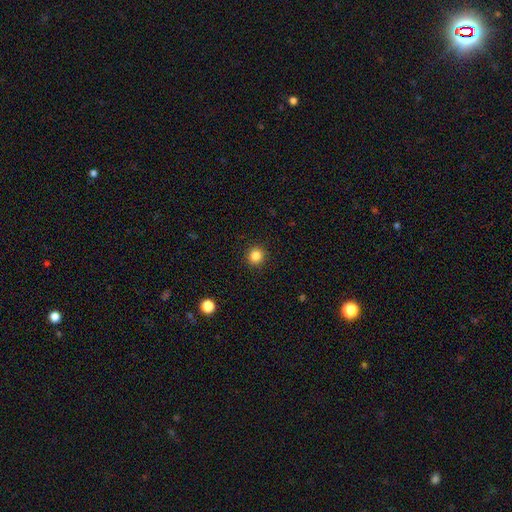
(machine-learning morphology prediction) Smooth or featured?
  - smooth: 84% *
  - star or artifact: 11%
  - featured or disk: 4%
How rounded?
  - round: 93% *
  - in between: 6%
  - cigar-shaped: 1%
Merging?
  - none: 92% *
  - minor disturbance: 5%
  - major disturbance: 2%
  - merger: 1%